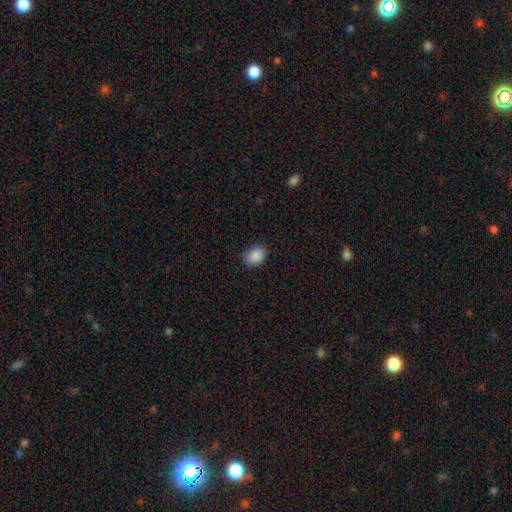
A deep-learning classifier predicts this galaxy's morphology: smooth-or-featured: smooth: 89% | star or artifact: 8% | featured or disk: 3%
  how-rounded: in between: 62% | round: 37% | cigar-shaped: 1%
  merging: none: 85% | minor disturbance: 12% | major disturbance: 2% | merger: 1%